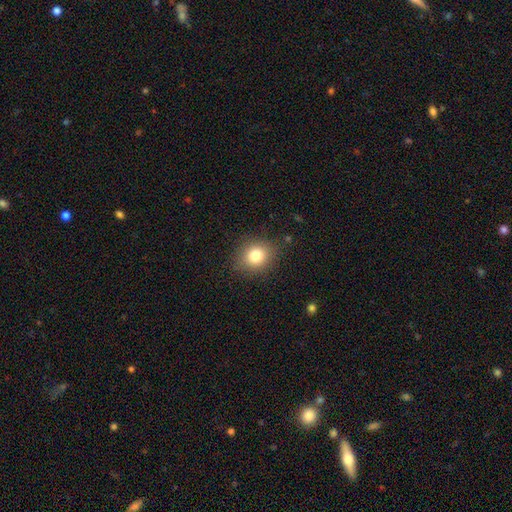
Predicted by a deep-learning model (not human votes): Smooth or featured?
  - smooth: 80% *
  - star or artifact: 12%
  - featured or disk: 8%
How rounded?
  - round: 71% *
  - in between: 28%
  - cigar-shaped: 1%
Merging?
  - none: 86% *
  - minor disturbance: 10%
  - major disturbance: 3%
  - merger: 1%